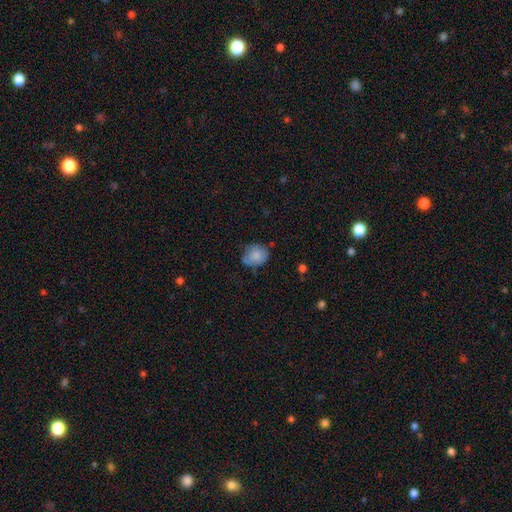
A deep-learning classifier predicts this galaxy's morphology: A smooth galaxy with no disk features (76%) that is round (56%).

Vote fractions:
- Smooth or featured? smooth: 76% / featured or disk: 16% / star or artifact: 8%
- How rounded? round: 56% / in between: 43% / cigar-shaped: 1%
- Merging? none: 58% / minor disturbance: 31% / major disturbance: 8% / merger: 3%